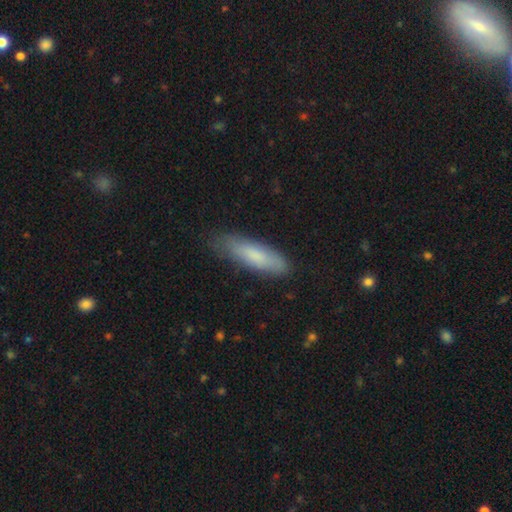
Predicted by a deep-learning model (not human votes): Smooth or featured? Predicted: smooth (p=0.77). How rounded? Predicted: cigar-shaped (p=0.64). Merging? Predicted: none (p=0.75).